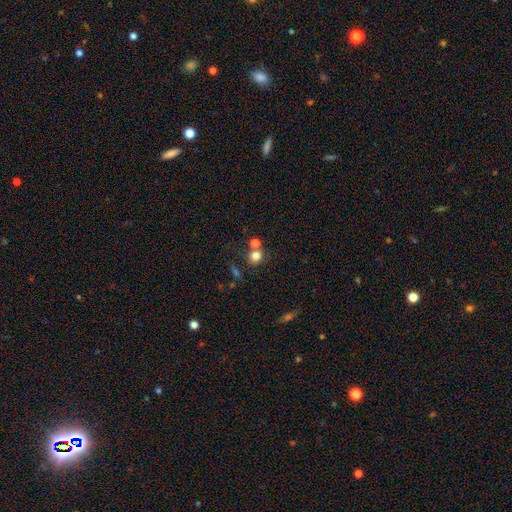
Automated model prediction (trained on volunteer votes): Smooth or featured?
  - smooth: 78% *
  - star or artifact: 14%
  - featured or disk: 8%
How rounded?
  - round: 80% *
  - in between: 19%
  - cigar-shaped: 1%
Merging?
  - none: 62% *
  - merger: 25%
  - minor disturbance: 10%
  - major disturbance: 4%